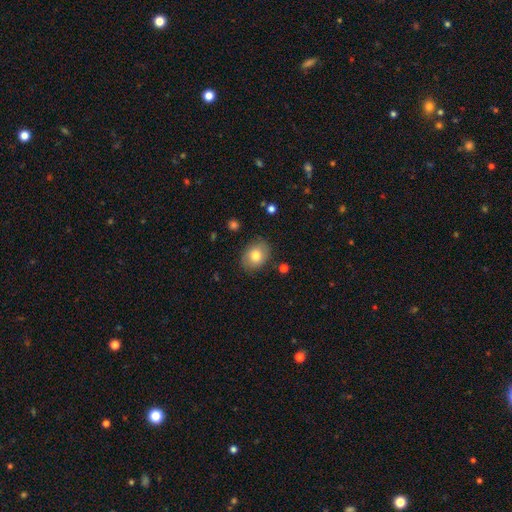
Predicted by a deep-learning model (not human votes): Morphology: type=smooth (76%); roundness=in between (62%); merging=none (84%).